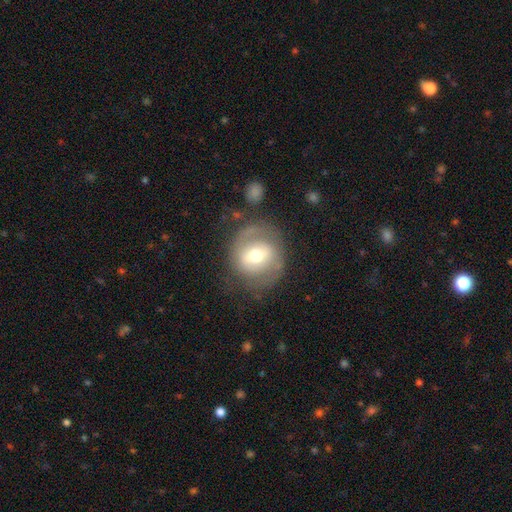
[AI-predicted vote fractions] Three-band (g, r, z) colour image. It shows a featured or disk galaxy (62%) with a weak bar (44%), spiral arms (67%) and a moderate central bulge (69%). Merging: none (69%).